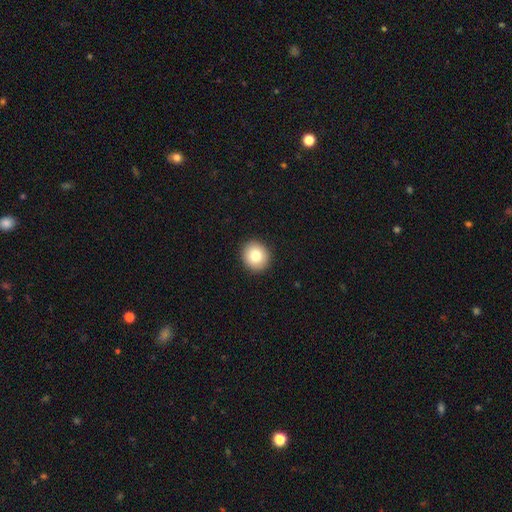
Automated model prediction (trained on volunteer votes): Smooth or featured: smooth — 79% (featured or disk — 11%)
How rounded: round — 89% (in between — 10%)
Merging: none — 93% (minor disturbance — 5%)